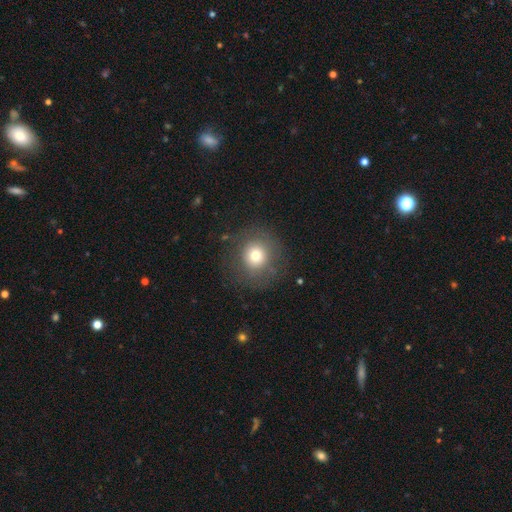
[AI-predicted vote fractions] A smooth galaxy with no disk features (73%) that is round (92%). Merging: none (79%).